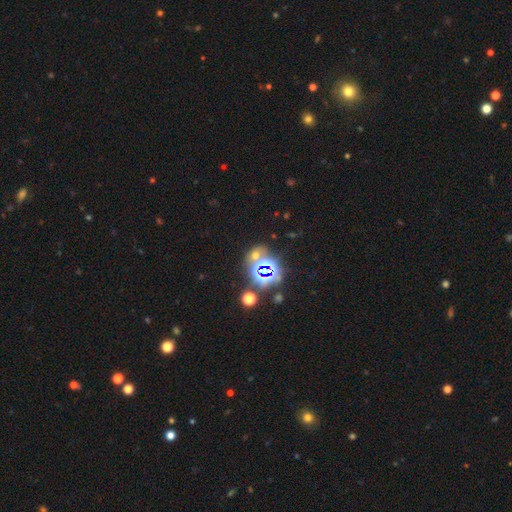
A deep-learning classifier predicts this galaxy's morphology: type=star or artifact (61%).